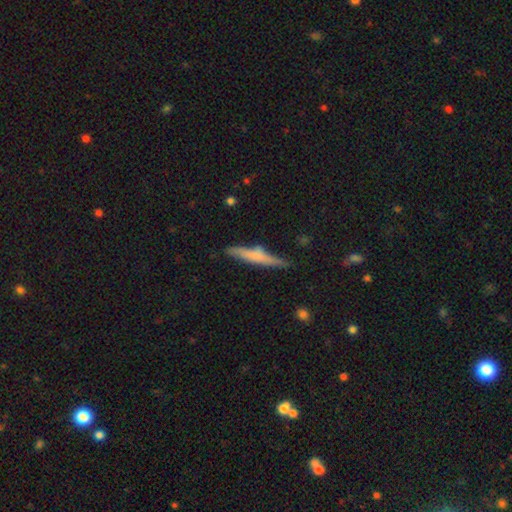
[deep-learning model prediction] Smooth or featured?
  - smooth: 49% *
  - featured or disk: 45%
  - star or artifact: 6%
Merging?
  - none: 75% *
  - minor disturbance: 17%
  - merger: 4%
  - major disturbance: 4%